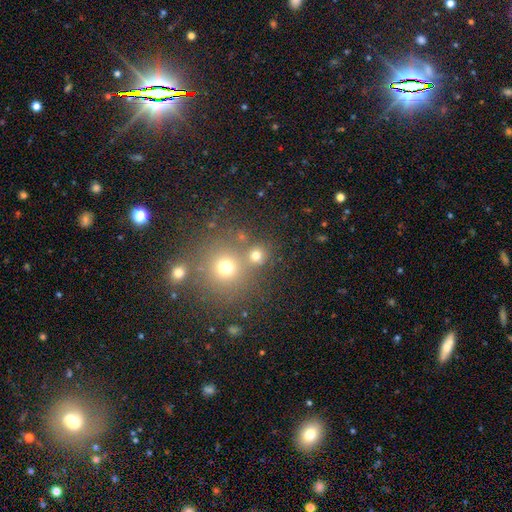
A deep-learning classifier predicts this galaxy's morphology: Overall: smooth (72%). How rounded: round (89%). Merging: none (67%).